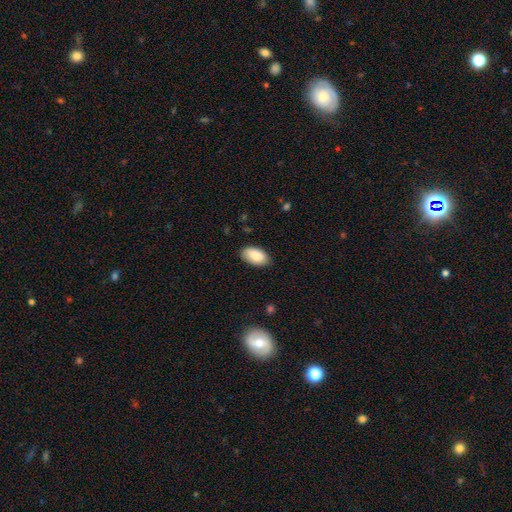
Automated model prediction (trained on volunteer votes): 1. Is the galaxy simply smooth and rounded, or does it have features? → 88% smooth, 6% star or artifact, 6% featured or disk.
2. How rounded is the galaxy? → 95% in between, 3% round, 2% cigar-shaped.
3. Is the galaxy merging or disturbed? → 84% none, 13% minor disturbance, 2% major disturbance, 1% merger.